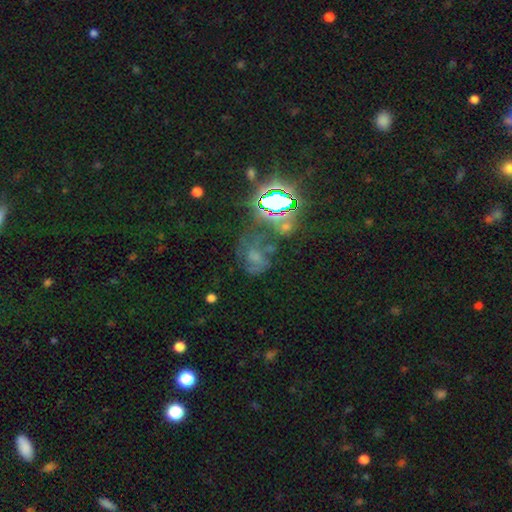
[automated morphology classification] Overall: star or artifact (43%; featured or disk 30%).